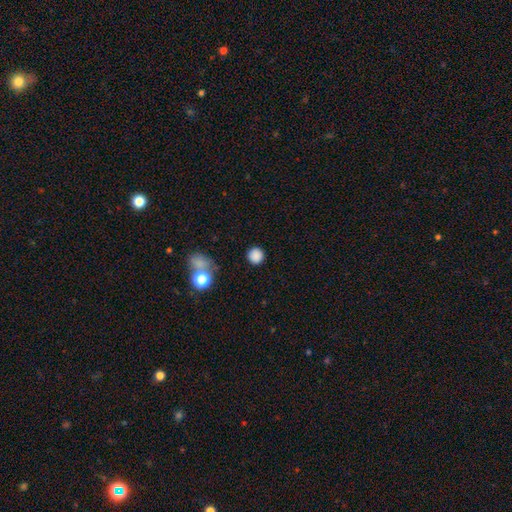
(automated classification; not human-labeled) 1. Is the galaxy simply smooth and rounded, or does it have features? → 84% smooth, 12% star or artifact, 4% featured or disk.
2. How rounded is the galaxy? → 94% round, 5% in between, 1% cigar-shaped.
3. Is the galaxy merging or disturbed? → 87% none, 7% minor disturbance, 3% merger, 3% major disturbance.